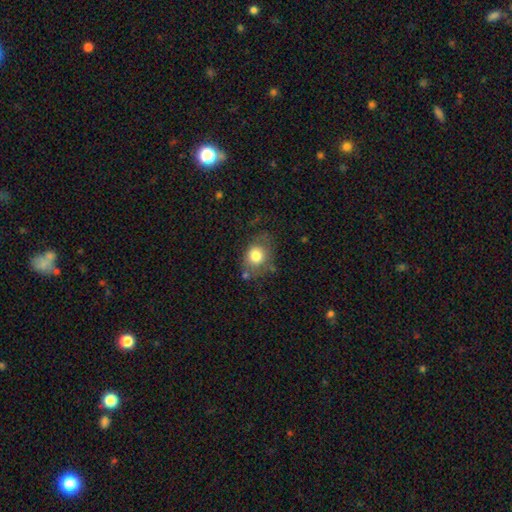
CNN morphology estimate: smooth-or-featured: smooth: 78% | featured or disk: 13% | star or artifact: 9%
  how-rounded: round: 55% | in between: 44% | cigar-shaped: 1%
  merging: none: 59% | minor disturbance: 24% | major disturbance: 12% | merger: 5%